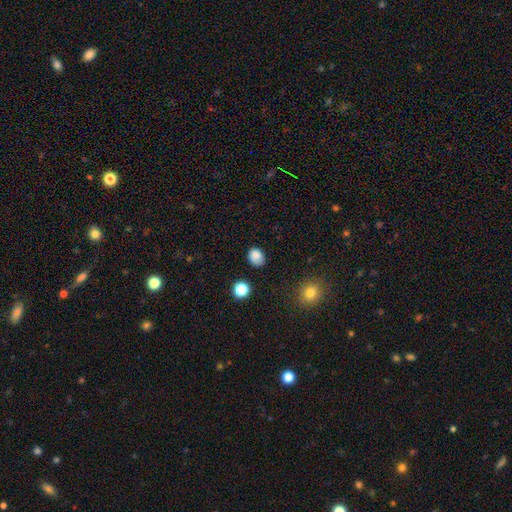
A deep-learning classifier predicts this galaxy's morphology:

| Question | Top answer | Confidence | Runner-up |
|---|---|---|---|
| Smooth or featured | smooth | 83% | star or artifact (11%) |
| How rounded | in between | 58% | round (41%) |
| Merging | none | 73% | minor disturbance (20%) |